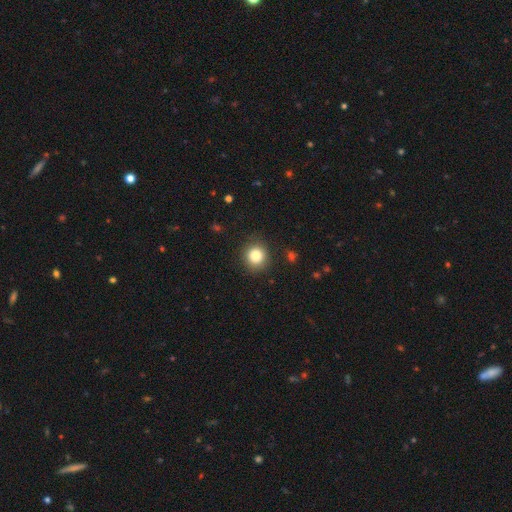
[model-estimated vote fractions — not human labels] Q: Smooth or featured?
A: smooth (84%); runner-up: star or artifact (11%)
Q: How rounded?
A: round (89%); runner-up: in between (10%)
Q: Merging?
A: none (88%); runner-up: minor disturbance (8%)